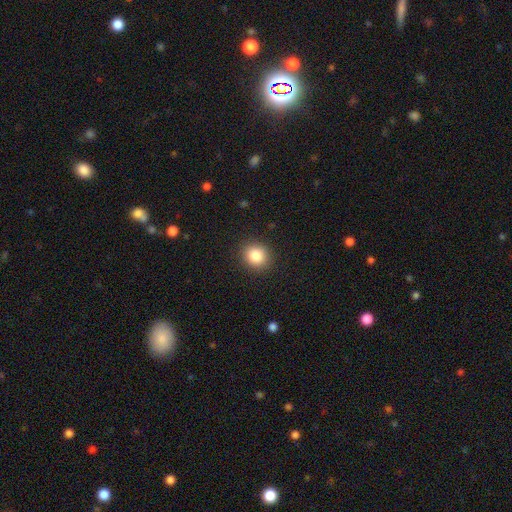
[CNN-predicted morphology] Overall: smooth (84%). How rounded: round (81%). Merging: none (90%).